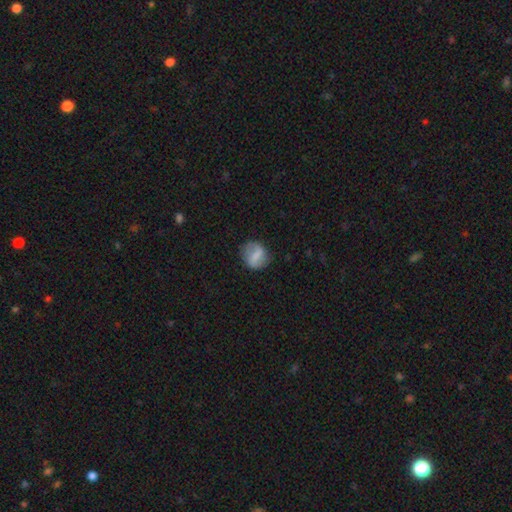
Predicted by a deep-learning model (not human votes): Morphology: type=smooth (46%, tied with featured or disk); merging=none (77%).